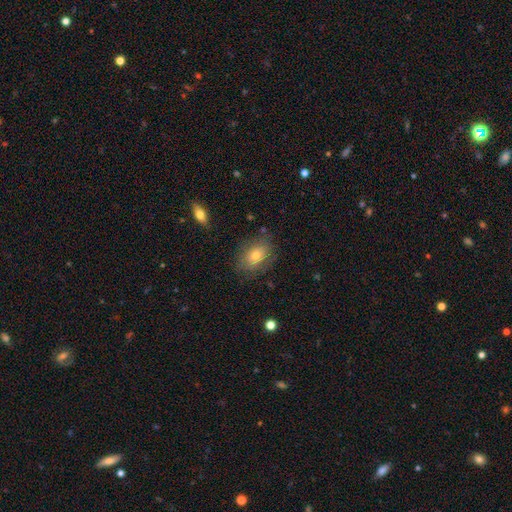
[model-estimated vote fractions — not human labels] Smooth or featured?
  - smooth: 66% *
  - featured or disk: 24%
  - star or artifact: 10%
How rounded?
  - in between: 77% *
  - round: 22%
  - cigar-shaped: 2%
Merging?
  - none: 76% *
  - minor disturbance: 17%
  - major disturbance: 6%
  - merger: 2%